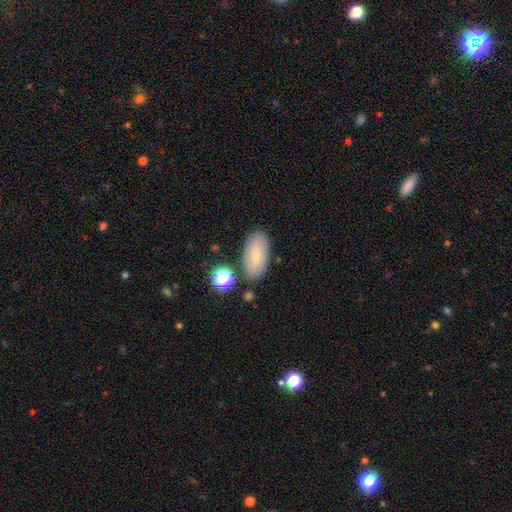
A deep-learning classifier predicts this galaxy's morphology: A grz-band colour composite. It shows a smooth galaxy with no disk features (63%) that is in between round and cigar-shaped (91%). Merging: none (81%).